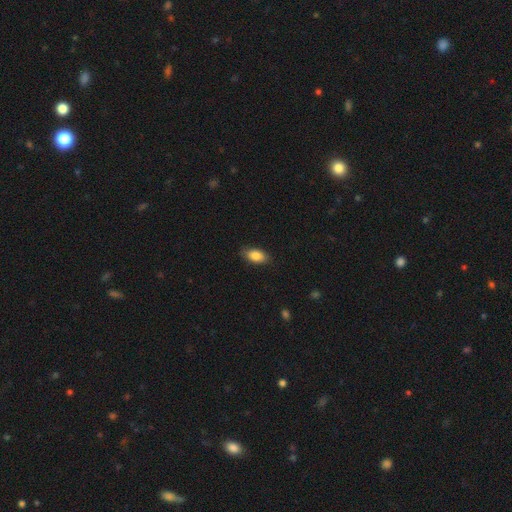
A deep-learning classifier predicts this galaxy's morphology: Q: Smooth or featured?
A: smooth (86%); runner-up: featured or disk (7%)
Q: How rounded?
A: in between (91%); runner-up: round (5%)
Q: Merging?
A: none (84%); runner-up: minor disturbance (13%)